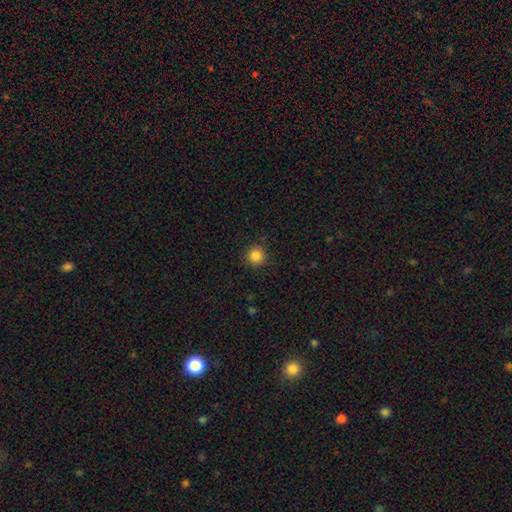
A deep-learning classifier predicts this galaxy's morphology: This appears to be a smooth galaxy with no disk features (85%) that is round (94%). Merging: none (91%).